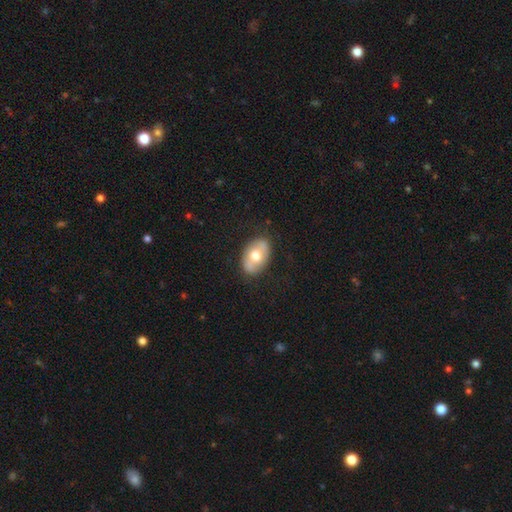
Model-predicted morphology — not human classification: Smooth or featured? smooth (55%)
How rounded? in between (87%)
Merging? none (82%)